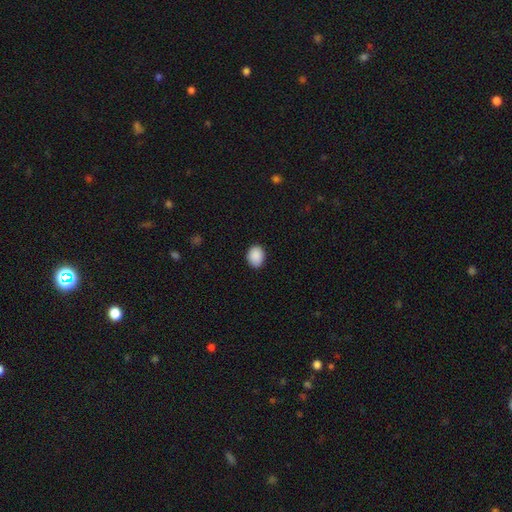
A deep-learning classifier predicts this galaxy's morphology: A smooth galaxy with no disk features (90%) that is in between round and cigar-shaped (57%).

Vote fractions:
- Smooth or featured? smooth: 90% / star or artifact: 7% / featured or disk: 3%
- How rounded? in between: 57% / round: 42% / cigar-shaped: 1%
- Merging? none: 88% / minor disturbance: 9% / major disturbance: 2% / merger: 1%